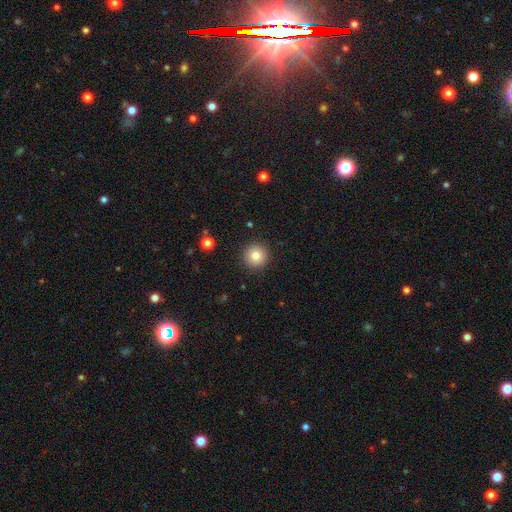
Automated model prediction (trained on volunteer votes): Smooth or featured?
  - smooth: 82% *
  - star or artifact: 10%
  - featured or disk: 8%
How rounded?
  - round: 96% *
  - in between: 3%
  - cigar-shaped: 1%
Merging?
  - none: 91% *
  - minor disturbance: 6%
  - major disturbance: 2%
  - merger: 1%